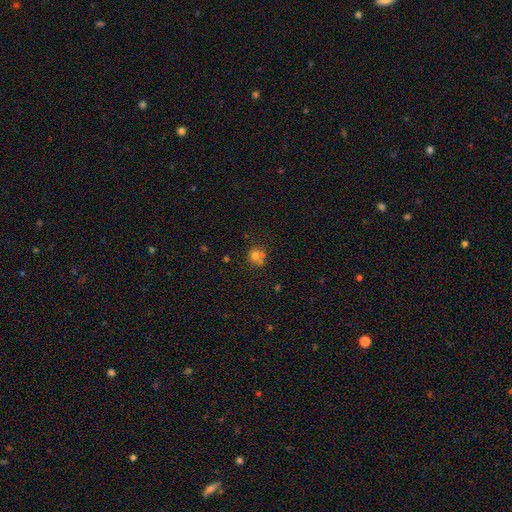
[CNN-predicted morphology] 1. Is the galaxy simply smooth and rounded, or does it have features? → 68% smooth, 17% star or artifact, 15% featured or disk.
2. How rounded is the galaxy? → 81% round, 18% in between, 1% cigar-shaped.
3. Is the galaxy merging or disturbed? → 48% none, 35% merger, 11% minor disturbance, 6% major disturbance.